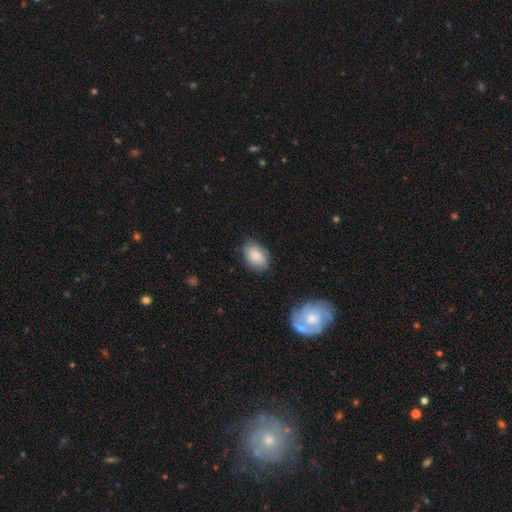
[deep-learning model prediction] smooth_or_featured: smooth (p=0.82) [alt: featured or disk p=0.11]
how_rounded: in between (p=0.89) [alt: round p=0.10]
merging: none (p=0.78) [alt: minor disturbance p=0.17]